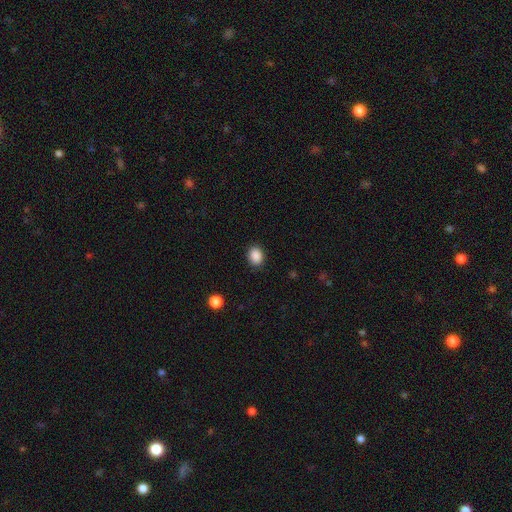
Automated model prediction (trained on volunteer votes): smooth_or_featured: smooth (p=0.89) [alt: star or artifact p=0.09]
how_rounded: in between (p=0.53) [alt: round p=0.46]
merging: none (p=0.89) [alt: minor disturbance p=0.08]